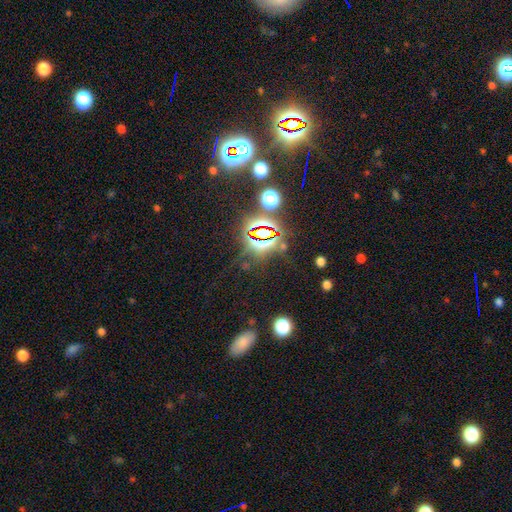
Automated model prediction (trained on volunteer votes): Smooth or featured? star or artifact (79%)